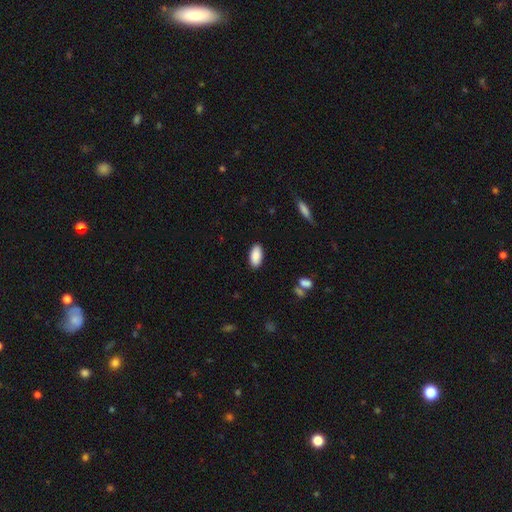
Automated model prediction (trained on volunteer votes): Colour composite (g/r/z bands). It shows a smooth galaxy with no disk features (89%) that is in between round and cigar-shaped (92%). Merging: none (89%).